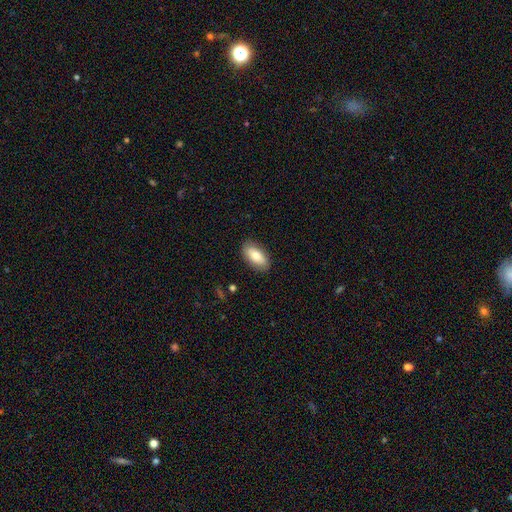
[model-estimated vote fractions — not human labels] This appears to be a smooth galaxy with no disk features (76%) that is in between round and cigar-shaped (91%). Merging: none (87%).